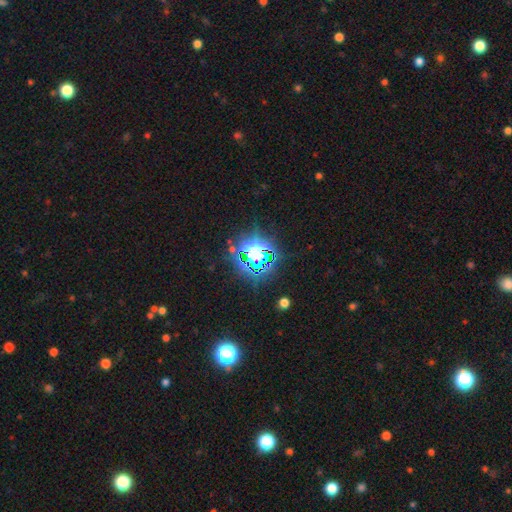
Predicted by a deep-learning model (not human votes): Overall: star or artifact (74%).